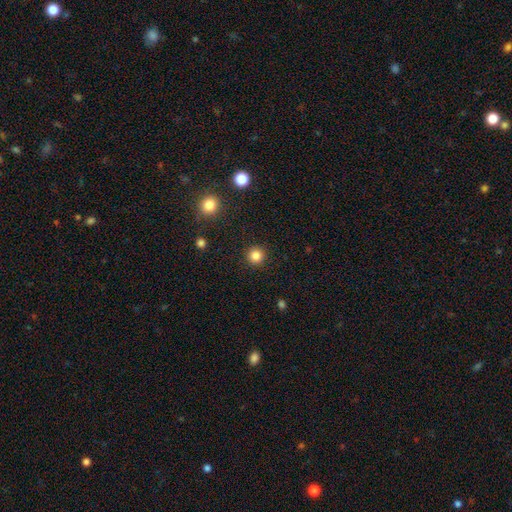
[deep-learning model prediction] Overall: smooth (84%). How rounded: round (95%). Merging: none (92%).